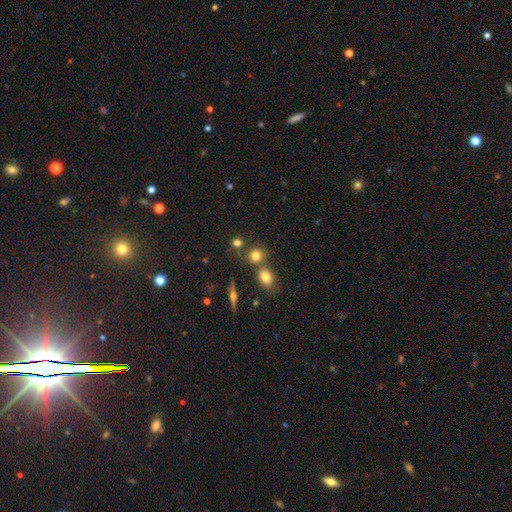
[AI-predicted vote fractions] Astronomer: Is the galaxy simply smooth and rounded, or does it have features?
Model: smooth — 78%.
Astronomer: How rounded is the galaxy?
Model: round — 80%.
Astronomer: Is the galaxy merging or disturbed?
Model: none — 63%.